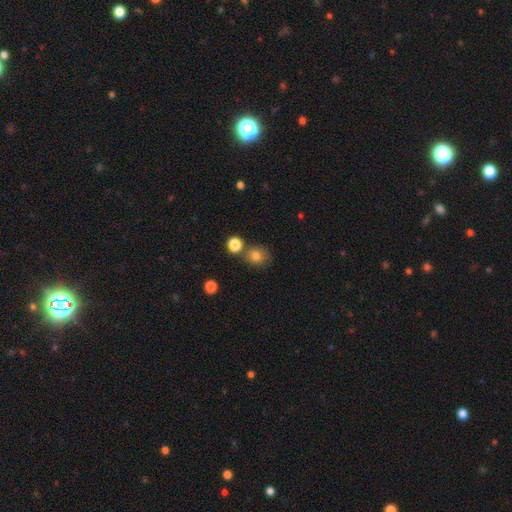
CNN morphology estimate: type=smooth (79%); roundness=round (70%); merging=none (70%).